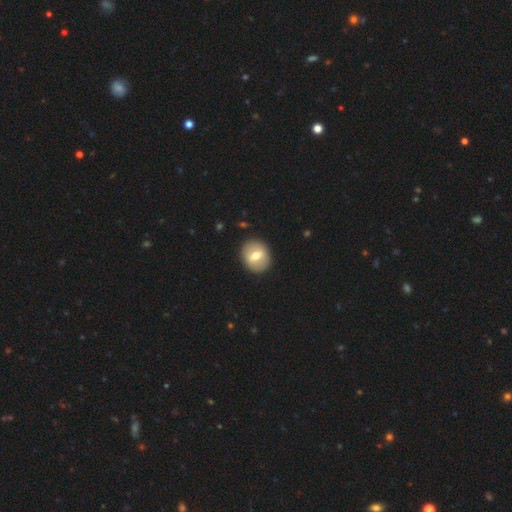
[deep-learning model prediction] Overall: smooth (57%; featured or disk 36%). How rounded: round (72%). Merging: none (90%).